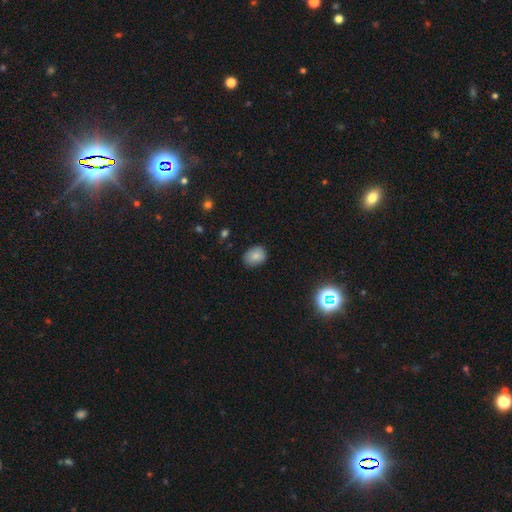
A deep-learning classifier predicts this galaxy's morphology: Q: Smooth or featured?
A: smooth (82%); runner-up: star or artifact (10%)
Q: How rounded?
A: in between (63%); runner-up: round (36%)
Q: Merging?
A: none (81%); runner-up: minor disturbance (15%)